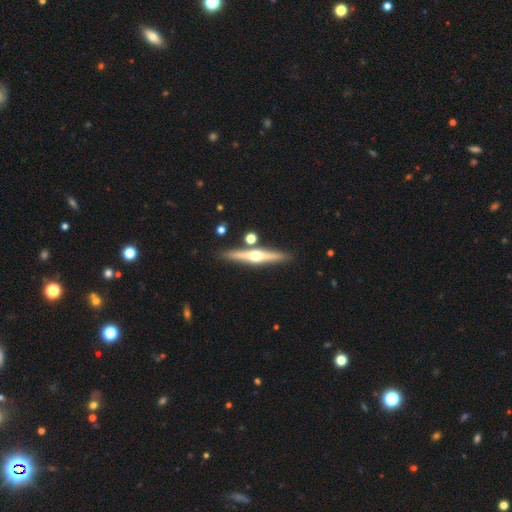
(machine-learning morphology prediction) The model was most divided on "smooth or featured": featured or disk: 72%, smooth: 22%, star or artifact: 6%. More confident: edge-on disk — yes (97%); edge-on bulge — rounded (95%); merging — none (84%).